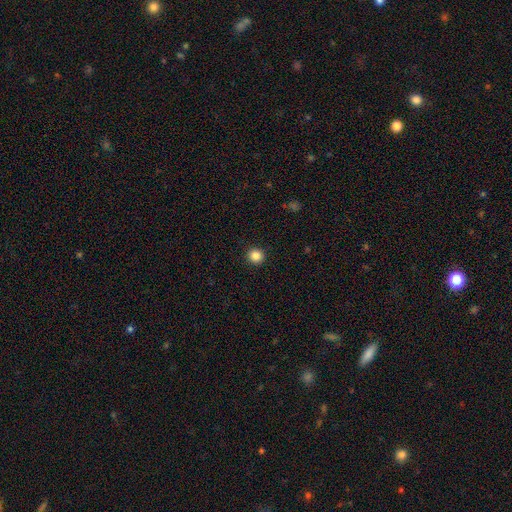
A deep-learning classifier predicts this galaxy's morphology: smooth 85%, star or artifact 11%, featured or disk 4%. Down the decision tree: how rounded — round (94%); merging — none (93%).